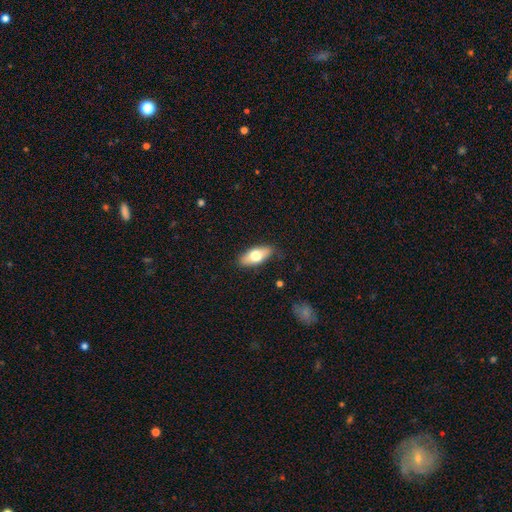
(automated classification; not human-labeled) Smooth or featured: smooth — 68% (featured or disk — 26%)
How rounded: in between — 81% (cigar-shaped — 16%)
Merging: none — 84% (minor disturbance — 12%)